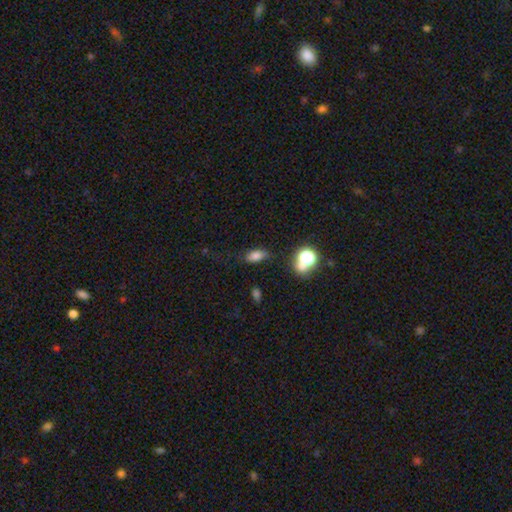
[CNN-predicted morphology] Q: Smooth or featured?
A: smooth (77%); runner-up: star or artifact (15%)
Q: How rounded?
A: in between (81%); runner-up: round (10%)
Q: Merging?
A: none (71%); runner-up: minor disturbance (18%)